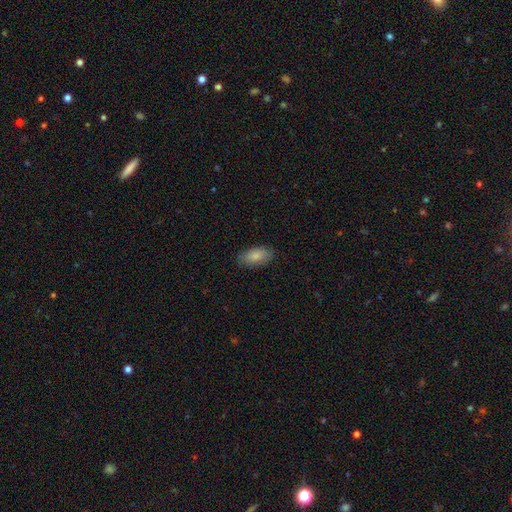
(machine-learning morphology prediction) A smooth galaxy with no disk features (84%) that is in between round and cigar-shaped (93%).

Vote fractions:
- Smooth or featured? smooth: 84% / featured or disk: 10% / star or artifact: 6%
- How rounded? in between: 93% / round: 4% / cigar-shaped: 3%
- Merging? none: 83% / minor disturbance: 13% / major disturbance: 3% / merger: 1%